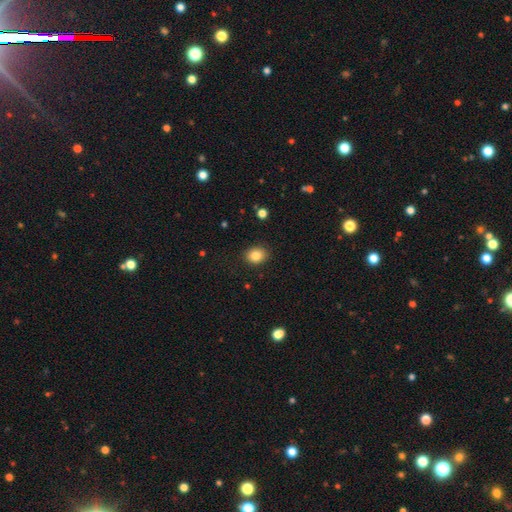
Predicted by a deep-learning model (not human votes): This is clearly a smooth galaxy (85%). How rounded: possibly round (51%). Merging: clearly none (87%).